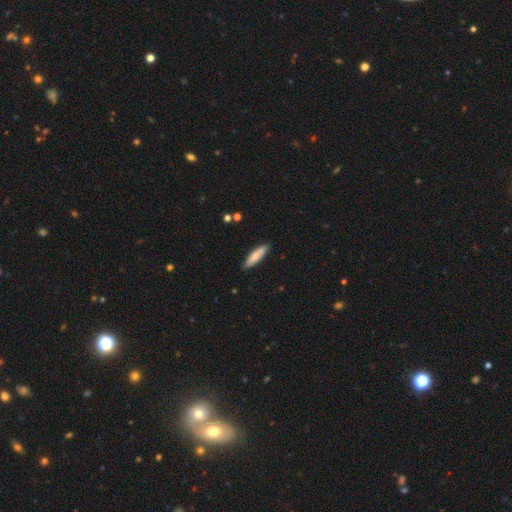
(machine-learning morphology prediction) Smooth or featured?
  - smooth: 79% *
  - featured or disk: 15%
  - star or artifact: 6%
How rounded?
  - cigar-shaped: 73% *
  - in between: 25%
  - round: 1%
Merging?
  - none: 87% *
  - minor disturbance: 10%
  - major disturbance: 2%
  - merger: 1%